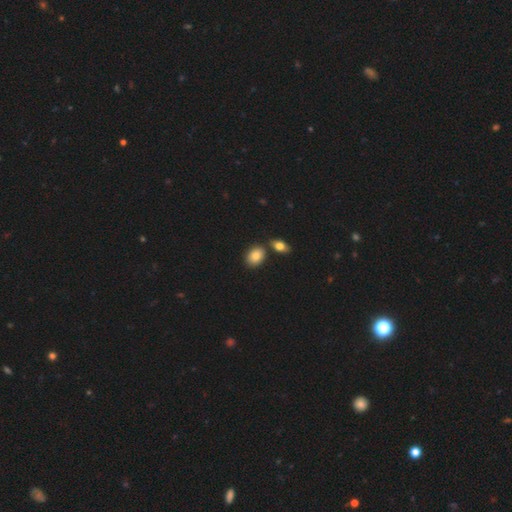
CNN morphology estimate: The model was most divided on "how rounded": in between: 73%, round: 25%, cigar-shaped: 1%. More confident: smooth or featured — smooth (83%); merging — none (73%).